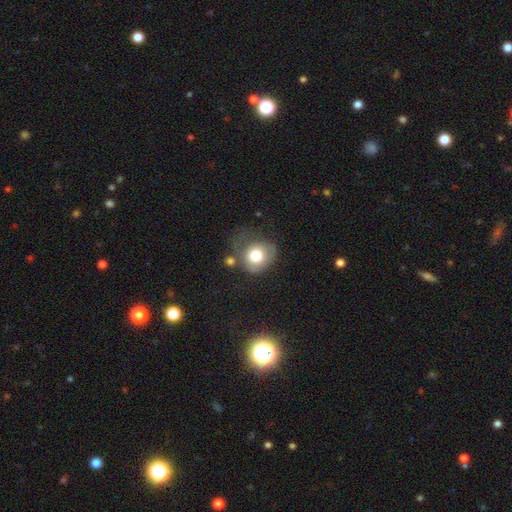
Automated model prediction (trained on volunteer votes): A smooth galaxy with no disk features (74%) that is round (73%). Merging: none (42%).